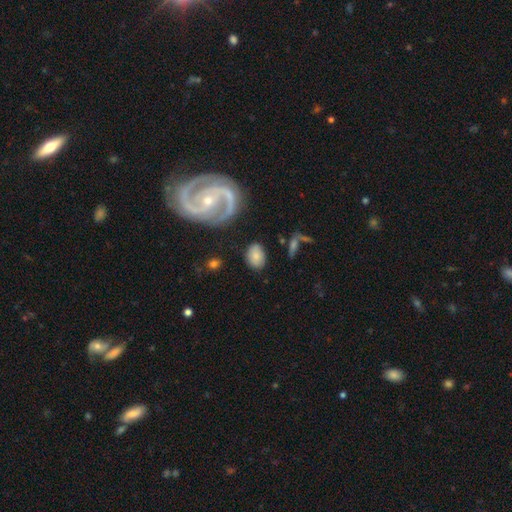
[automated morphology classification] Smooth or featured? smooth (70%)
How rounded? in between (76%)
Merging? none (77%)